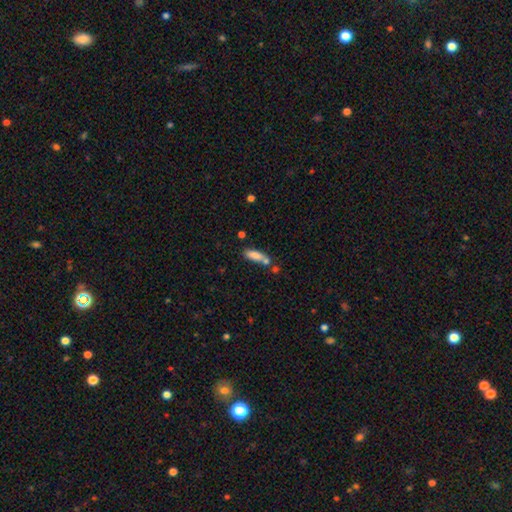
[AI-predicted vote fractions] smooth 80%, featured or disk 11%, star or artifact 8%. Down the decision tree: how rounded — in between (52%); merging — none (48%).